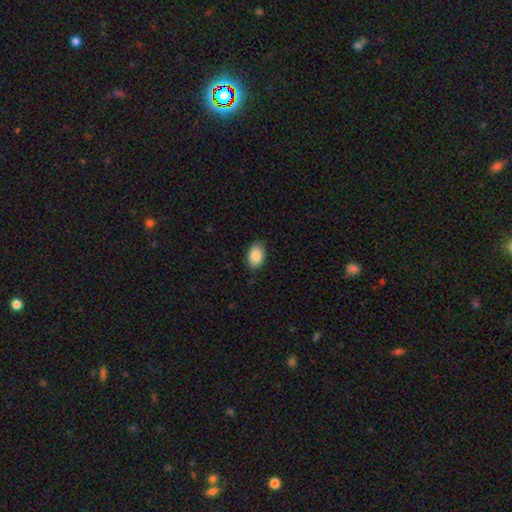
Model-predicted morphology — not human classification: Smooth or featured? Predicted: smooth (p=0.88). How rounded? Predicted: in between (p=0.86). Merging? Predicted: none (p=0.84).